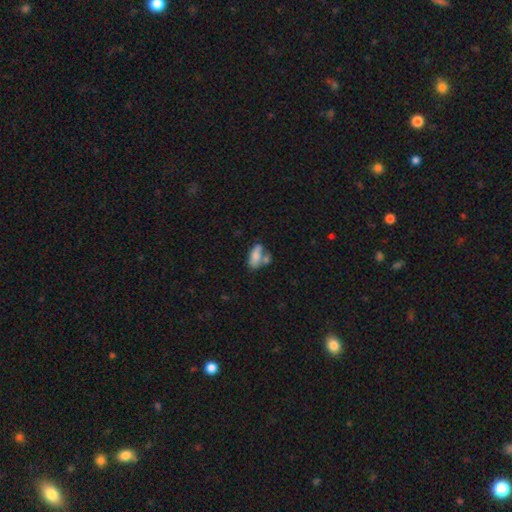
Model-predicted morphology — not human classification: Smooth or featured?
  - smooth: 76% *
  - featured or disk: 16%
  - star or artifact: 8%
How rounded?
  - in between: 85% *
  - cigar-shaped: 11%
  - round: 4%
Merging?
  - merger: 41% *
  - none: 36%
  - minor disturbance: 15%
  - major disturbance: 7%